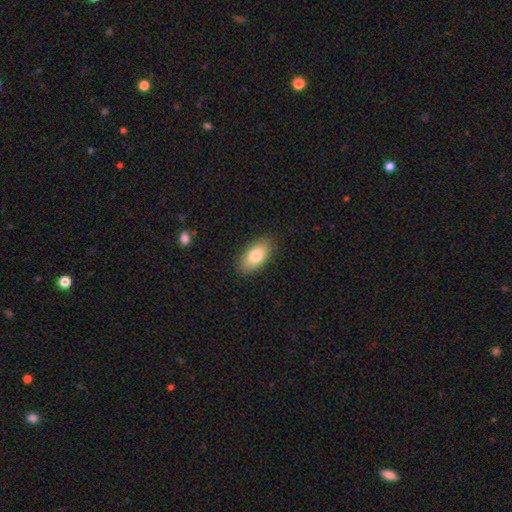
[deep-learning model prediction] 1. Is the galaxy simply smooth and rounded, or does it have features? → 79% smooth, 14% featured or disk, 7% star or artifact.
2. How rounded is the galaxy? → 92% in between, 4% round, 4% cigar-shaped.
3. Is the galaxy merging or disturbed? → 87% none, 10% minor disturbance, 2% major disturbance, 1% merger.